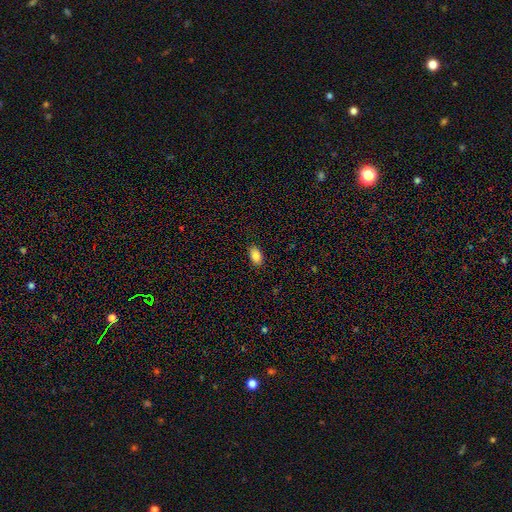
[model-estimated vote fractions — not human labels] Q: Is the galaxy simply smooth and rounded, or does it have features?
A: smooth — 86%.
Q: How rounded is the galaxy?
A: in between — 92%.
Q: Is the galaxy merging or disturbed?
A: none — 88%.